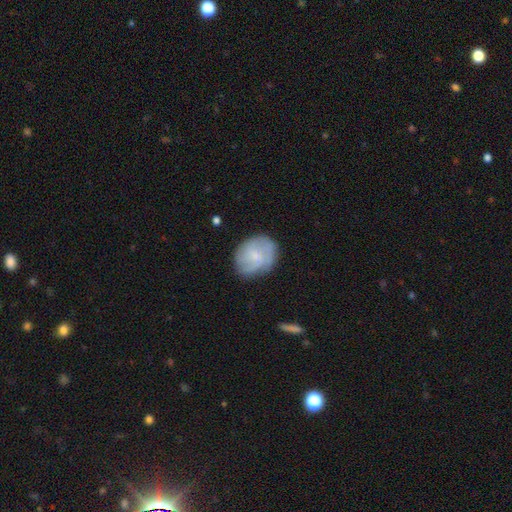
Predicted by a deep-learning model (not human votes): This is possibly a smooth galaxy (51%). How rounded: possibly round (54%). Merging: likely none (71%).